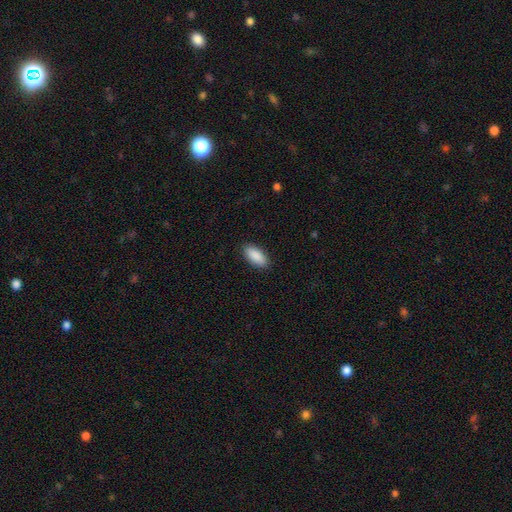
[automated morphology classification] Smooth or featured? Predicted: smooth (p=0.91). How rounded? Predicted: in between (p=0.90). Merging? Predicted: none (p=0.89).